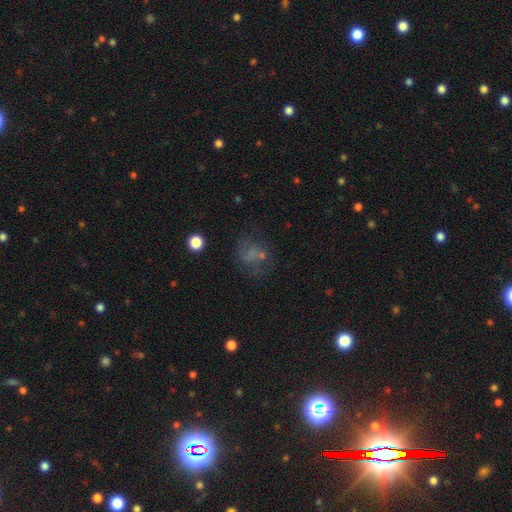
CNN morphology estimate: type=smooth (49%); merging=none (55%).